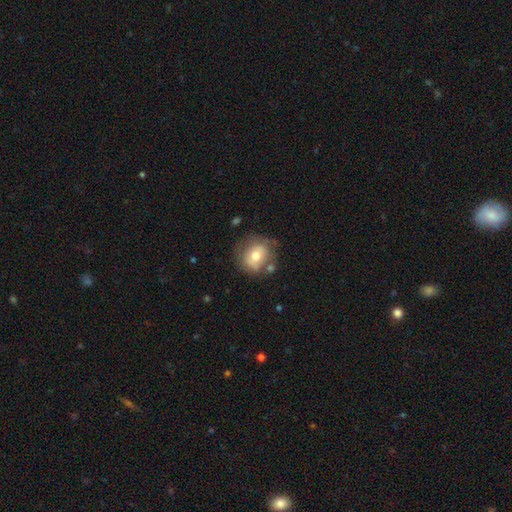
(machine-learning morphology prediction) Smooth or featured? smooth (62%)
How rounded? round (76%)
Merging? none (59%)